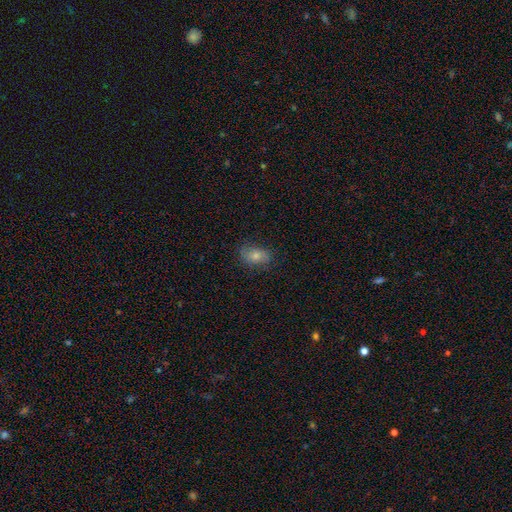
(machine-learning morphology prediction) The model was most divided on "merging": none: 76%, minor disturbance: 18%, major disturbance: 5%, merger: 1%. More confident: how rounded — in between (86%); smooth or featured — smooth (75%).